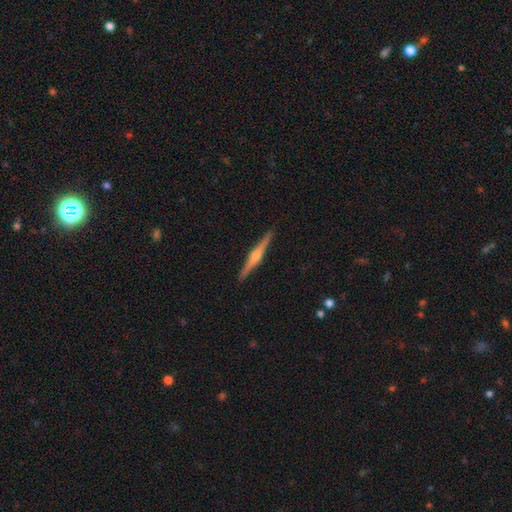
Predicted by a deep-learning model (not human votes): Smooth or featured? Predicted: featured or disk (p=0.80). Edge-on disk? Predicted: yes (p=0.99). Edge-on bulge? Predicted: rounded (p=0.88). Merging? Predicted: none (p=0.93).